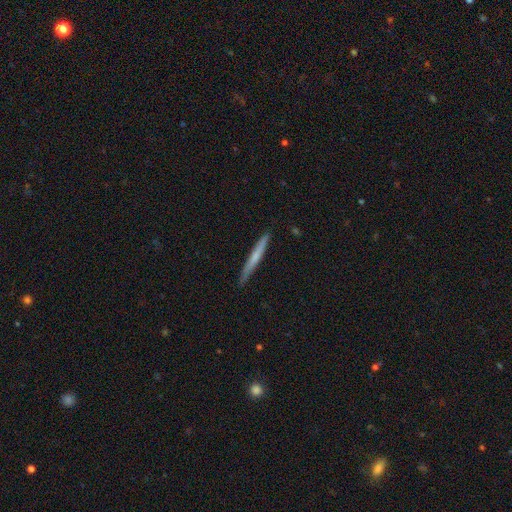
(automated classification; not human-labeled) Smooth or featured: smooth — 55% (featured or disk — 39%)
How rounded: cigar-shaped — 97% (in between — 2%)
Merging: none — 88% (minor disturbance — 9%)